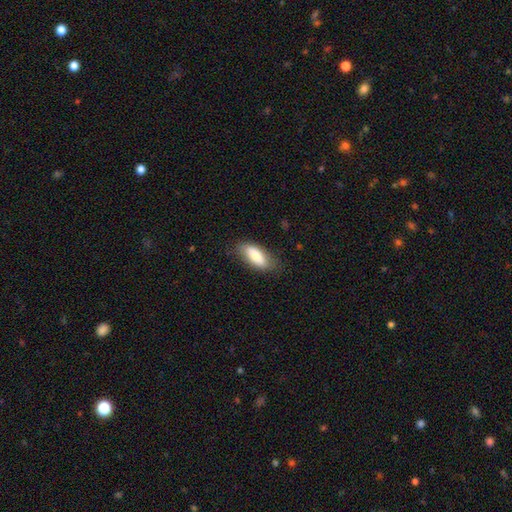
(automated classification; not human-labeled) Morphology: type=smooth (80%); roundness=in between (83%); merging=none (71%).